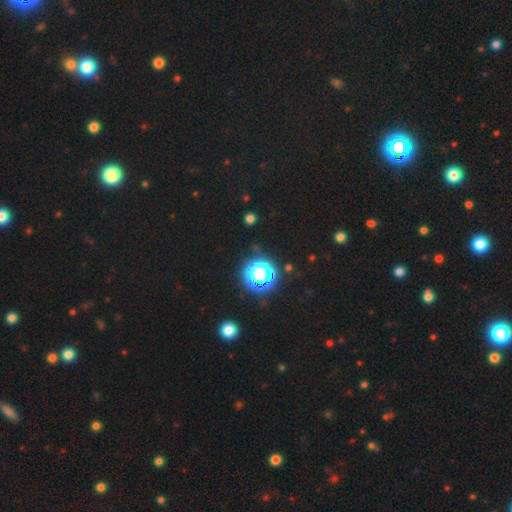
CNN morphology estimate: This appears to be a star or artifact, not a galaxy (78%).